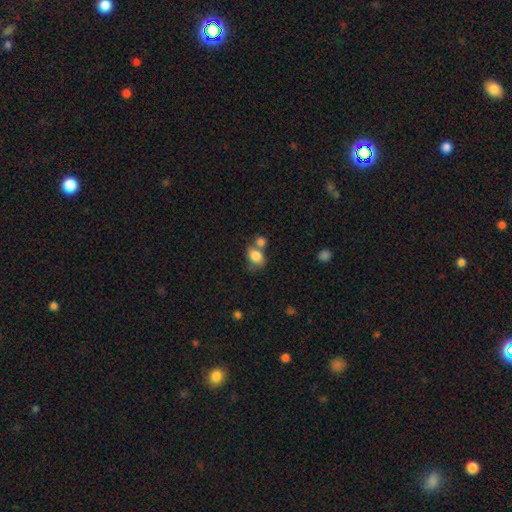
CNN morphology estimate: Smooth or featured: smooth — 82% (star or artifact — 9%)
How rounded: in between — 65% (round — 34%)
Merging: merger — 41% (none — 37%)